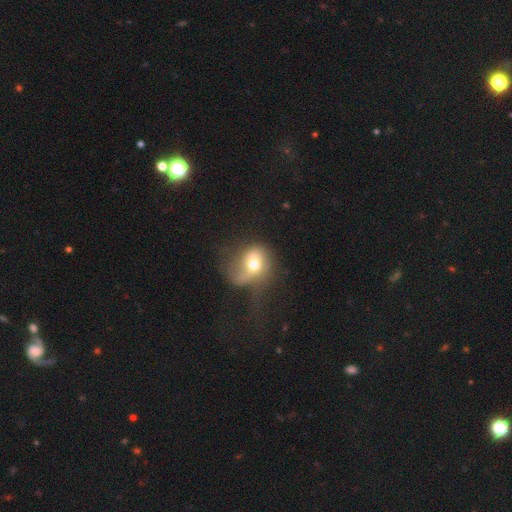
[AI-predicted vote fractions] This is possibly a smooth galaxy (47%). Merging: marginally major disturbance (38%).